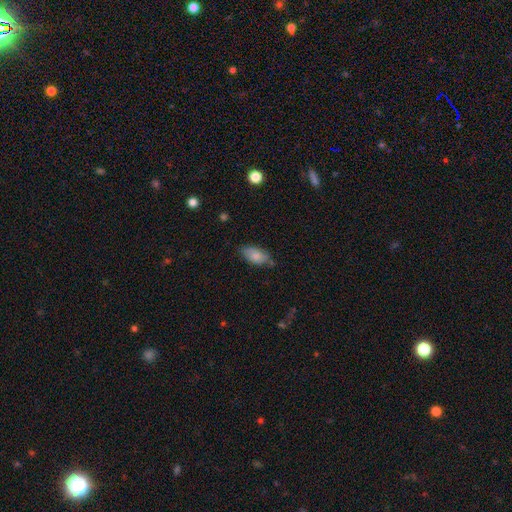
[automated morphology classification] Smooth or featured? smooth (78%)
How rounded? in between (92%)
Merging? none (67%)